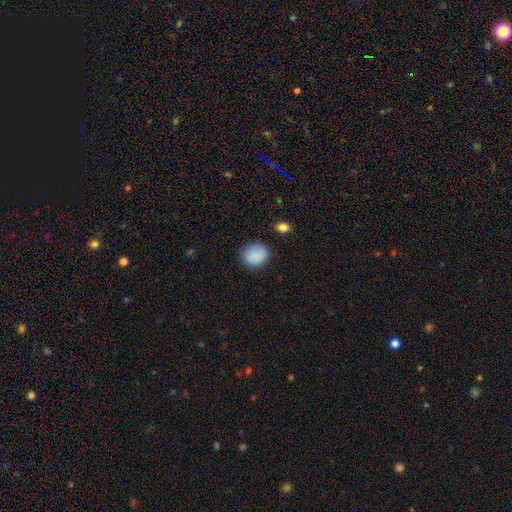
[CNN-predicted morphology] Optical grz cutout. It shows a smooth galaxy with no disk features (87%) that is round (80%). Merging: none (86%).